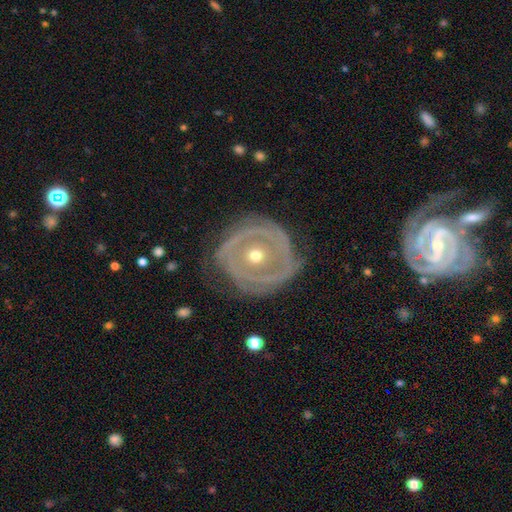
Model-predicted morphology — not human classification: Smooth or featured? featured or disk (83%)
Edge-on disk? no (96%)
Bar? no (80%)
Spiral arms? yes (71%)
Spiral winding? tight (75%)
Spiral arm count? can't tell (33%)
Bulge size? moderate (52%)
Merging? none (67%)